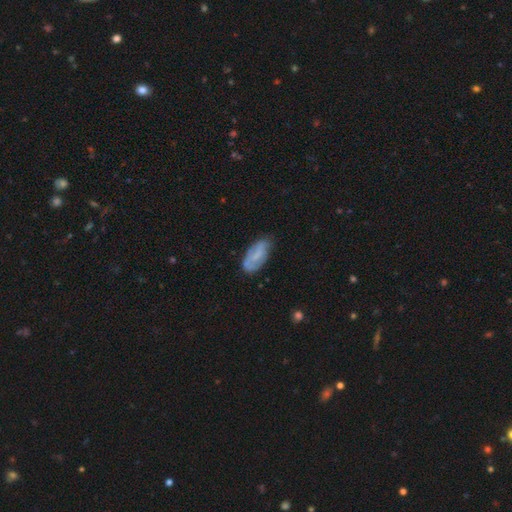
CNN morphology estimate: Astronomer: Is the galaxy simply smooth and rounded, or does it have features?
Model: smooth — 52% (runner-up: featured or disk, 40%).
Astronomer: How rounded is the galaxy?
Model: in between — 87%.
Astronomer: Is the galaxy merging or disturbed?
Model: none — 65%.